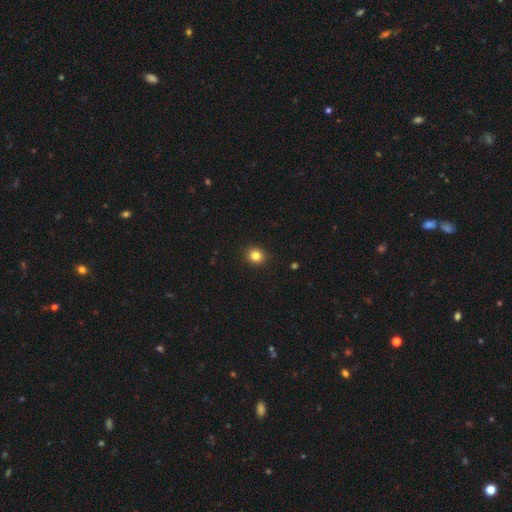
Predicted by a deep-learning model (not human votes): This appears to be a smooth galaxy with no disk features (83%) that is round (82%). Merging: none (92%).